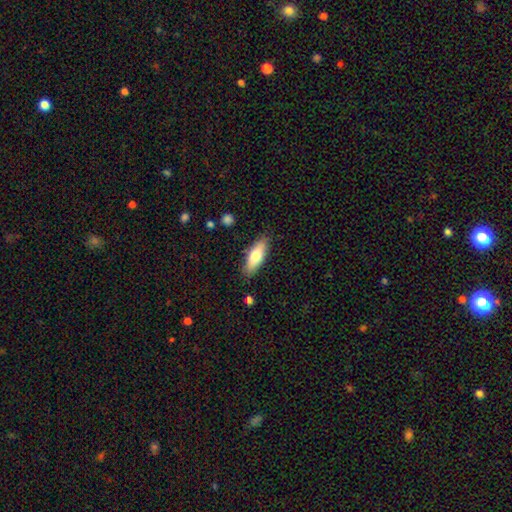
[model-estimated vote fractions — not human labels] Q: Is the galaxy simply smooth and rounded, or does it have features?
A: smooth — 73%.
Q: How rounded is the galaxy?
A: in between — 67%.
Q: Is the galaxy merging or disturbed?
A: none — 85%.